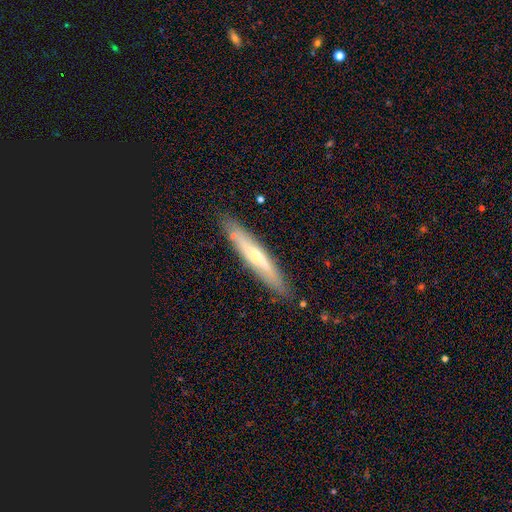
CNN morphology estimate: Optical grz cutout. It shows a featured or disk galaxy (56%) viewed edge-on (80%). Merging: none (85%).